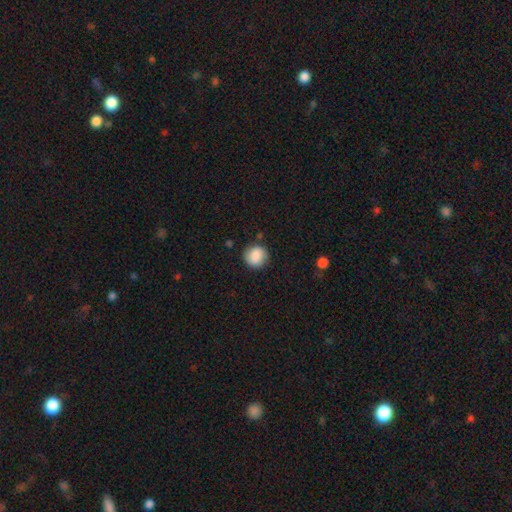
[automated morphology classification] This appears to be a smooth galaxy with no disk features (85%) that is round (89%). Merging: none (83%).